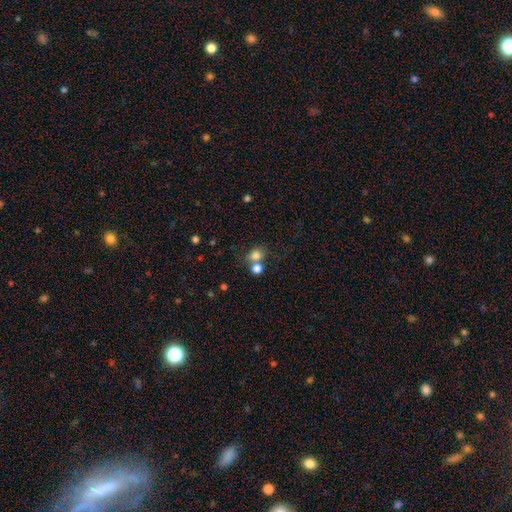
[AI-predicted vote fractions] Overall: smooth (79%). How rounded: round (67%; in between 32%). Merging: none (49%; merger 36%).